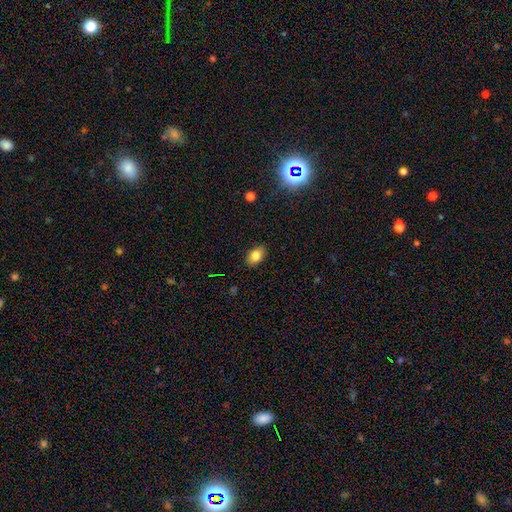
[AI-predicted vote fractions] A smooth galaxy with no disk features (82%) that is in between round and cigar-shaped (81%).

Vote fractions:
- Smooth or featured? smooth: 82% / star or artifact: 10% / featured or disk: 9%
- How rounded? in between: 81% / round: 17% / cigar-shaped: 1%
- Merging? none: 86% / minor disturbance: 10% / major disturbance: 2% / merger: 1%